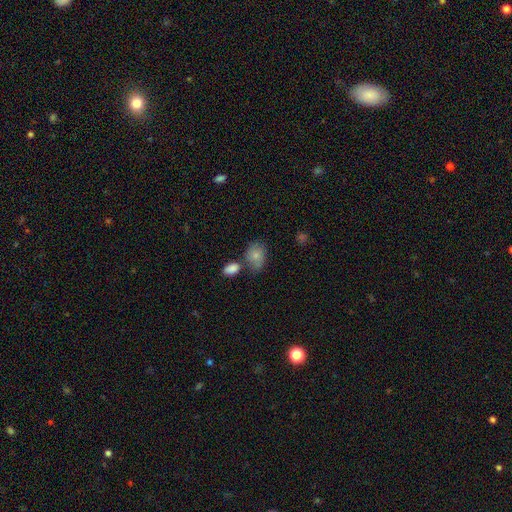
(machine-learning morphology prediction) smooth_or_featured: smooth (p=0.79) [alt: featured or disk p=0.13]
how_rounded: in between (p=0.63) [alt: round p=0.36]
merging: none (p=0.50) [alt: merger p=0.24]